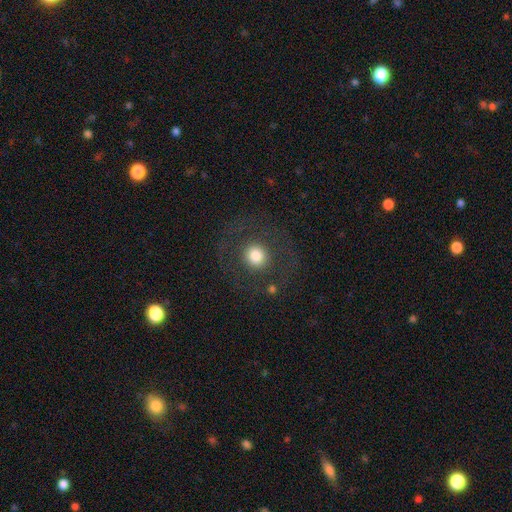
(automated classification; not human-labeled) Smooth or featured?
  - smooth: 71% *
  - featured or disk: 18%
  - star or artifact: 11%
How rounded?
  - round: 90% *
  - in between: 9%
  - cigar-shaped: 1%
Merging?
  - none: 79% *
  - minor disturbance: 10%
  - major disturbance: 9%
  - merger: 2%